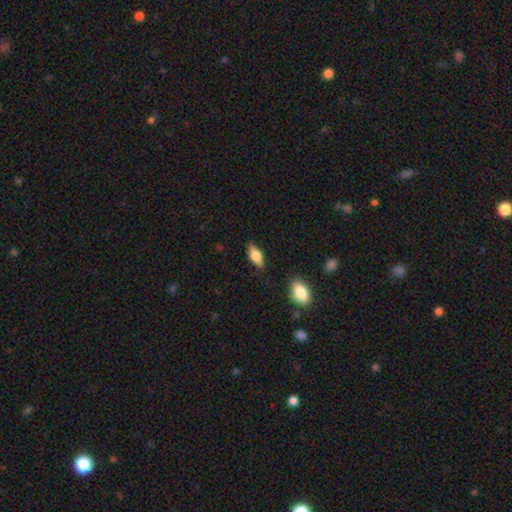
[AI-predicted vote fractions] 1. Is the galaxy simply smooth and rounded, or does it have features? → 67% smooth, 26% featured or disk, 7% star or artifact.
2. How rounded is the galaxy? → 82% in between, 14% cigar-shaped, 5% round.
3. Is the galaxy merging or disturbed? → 82% none, 13% minor disturbance, 3% major disturbance, 2% merger.